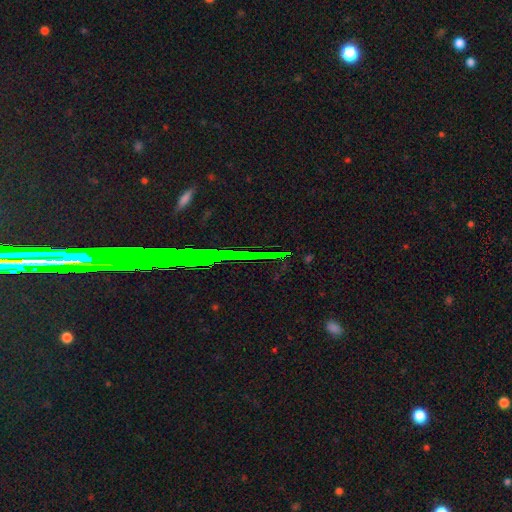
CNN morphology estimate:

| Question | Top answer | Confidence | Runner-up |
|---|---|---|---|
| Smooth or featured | star or artifact | 68% | featured or disk (17%) |